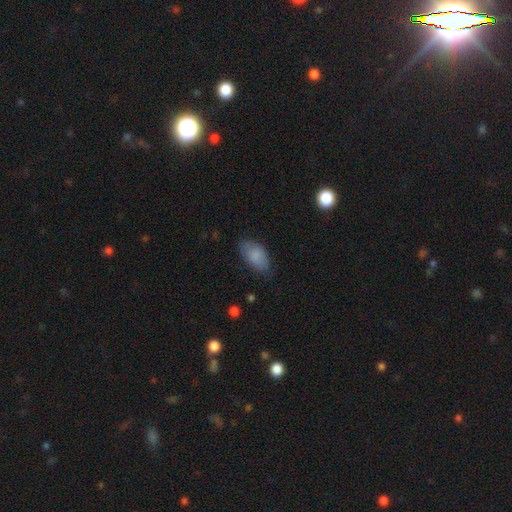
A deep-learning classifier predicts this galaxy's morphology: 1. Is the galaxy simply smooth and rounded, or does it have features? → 84% smooth, 9% featured or disk, 7% star or artifact.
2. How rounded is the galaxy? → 93% in between, 4% round, 3% cigar-shaped.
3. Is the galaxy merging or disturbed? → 72% none, 21% minor disturbance, 5% major disturbance, 1% merger.